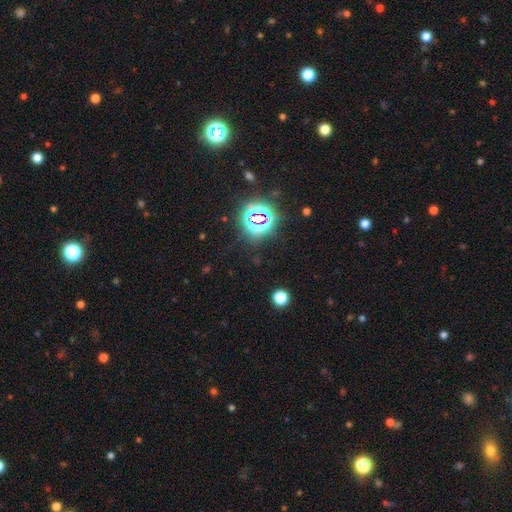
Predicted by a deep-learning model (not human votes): Q: Smooth or featured?
A: star or artifact (78%); runner-up: smooth (15%)